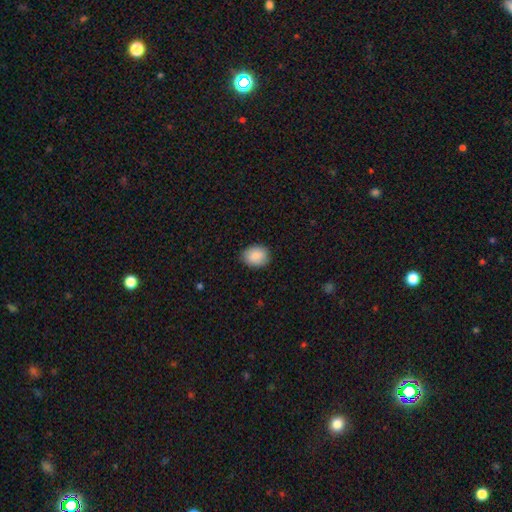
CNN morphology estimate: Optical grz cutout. It shows a smooth galaxy with no disk features (87%) that is in between round and cigar-shaped (52%). Merging: none (86%).